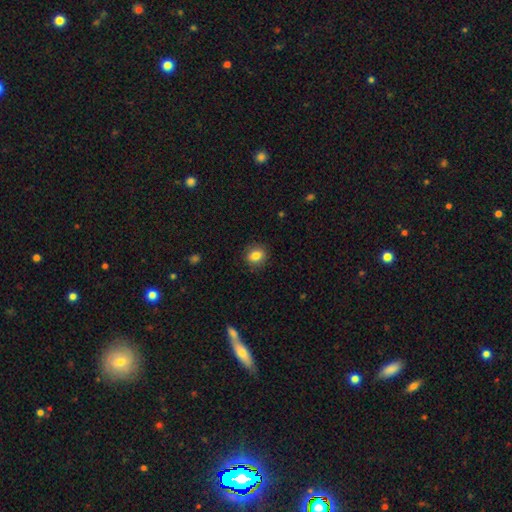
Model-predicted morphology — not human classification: smooth_or_featured: smooth (p=0.82) [alt: star or artifact p=0.10]
how_rounded: round (p=0.65) [alt: in between p=0.34]
merging: none (p=0.88) [alt: minor disturbance p=0.09]